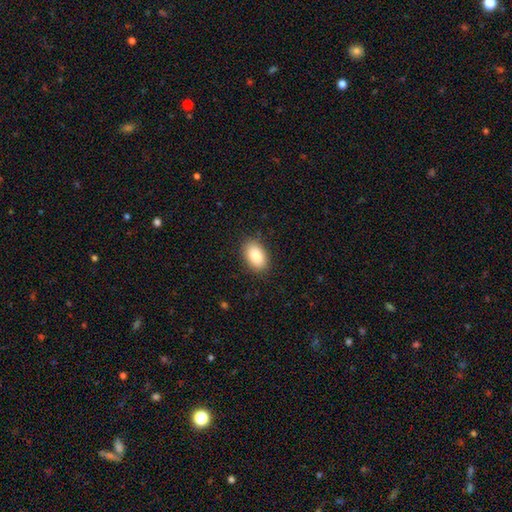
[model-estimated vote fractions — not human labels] A smooth galaxy with no disk features (87%) that is in between round and cigar-shaped (91%). Merging: none (86%).